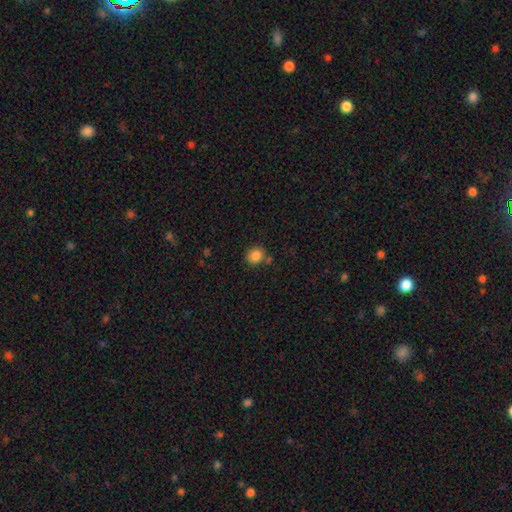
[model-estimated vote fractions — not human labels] smooth_or_featured: smooth (p=0.86) [alt: star or artifact p=0.10]
how_rounded: round (p=0.78) [alt: in between p=0.21]
merging: none (p=0.76) [alt: minor disturbance p=0.12]